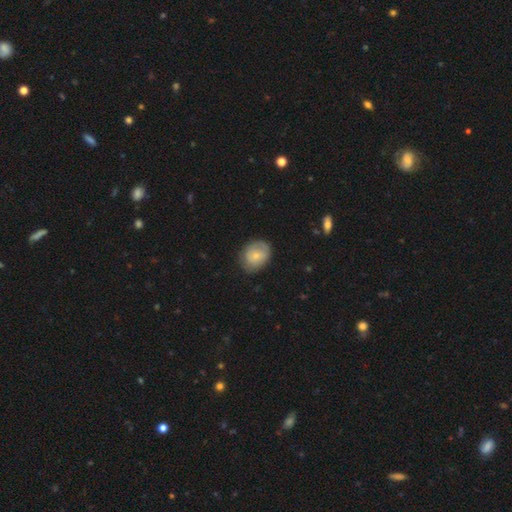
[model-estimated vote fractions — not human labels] This appears to be a smooth galaxy with no disk features (63%) that is round (50%). Merging: none (71%).